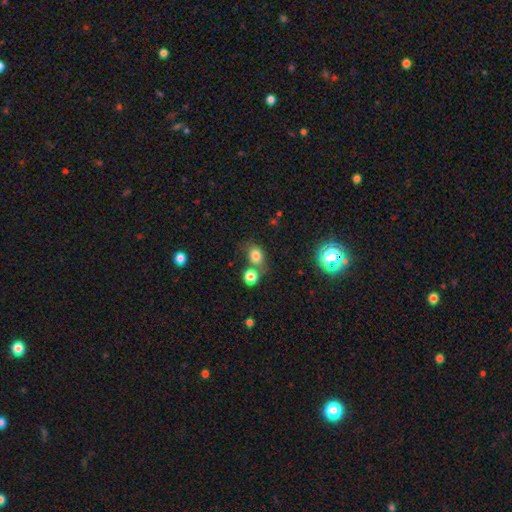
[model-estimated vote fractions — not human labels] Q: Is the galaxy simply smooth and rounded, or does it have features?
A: smooth — 77%.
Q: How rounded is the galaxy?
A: round — 52%.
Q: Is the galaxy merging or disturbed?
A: none — 56%.